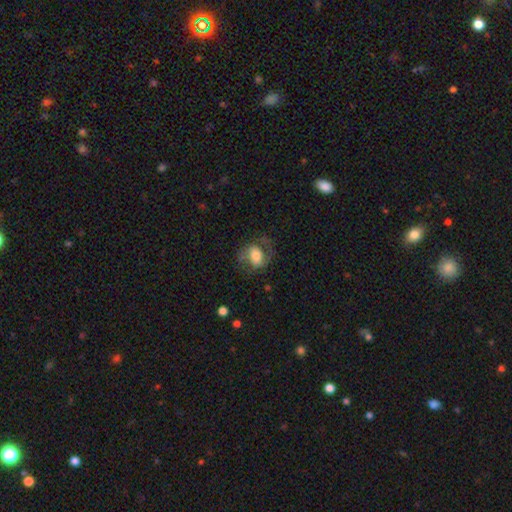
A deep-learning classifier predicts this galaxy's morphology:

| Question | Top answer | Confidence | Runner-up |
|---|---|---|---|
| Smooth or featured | featured or disk | 48% | smooth (45%) |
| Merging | none | 57% | minor disturbance (21%) |